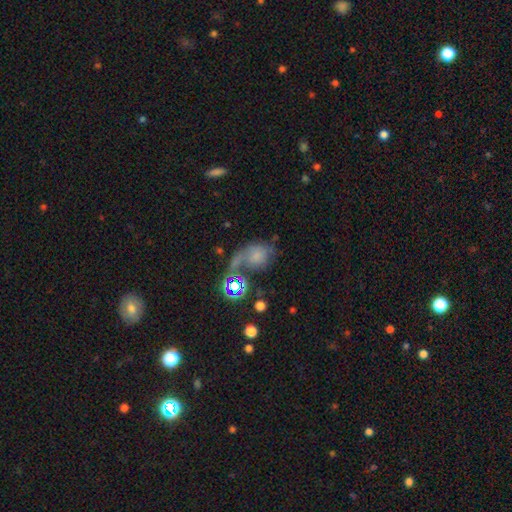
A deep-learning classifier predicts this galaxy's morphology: This is possibly a smooth galaxy (45%). Merging: marginally major disturbance (33%).